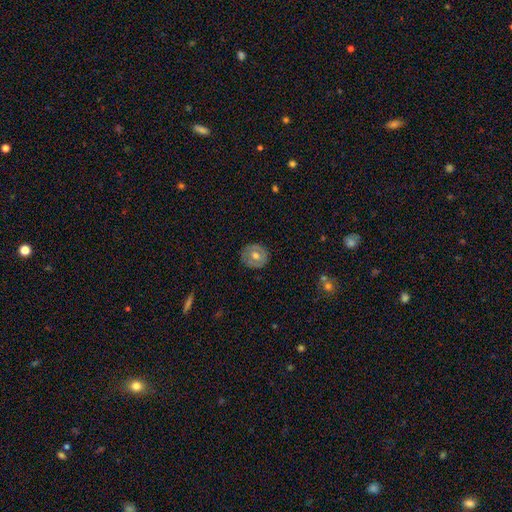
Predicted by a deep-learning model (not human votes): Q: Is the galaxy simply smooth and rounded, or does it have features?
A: smooth — 50%.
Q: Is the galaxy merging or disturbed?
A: none — 87%.